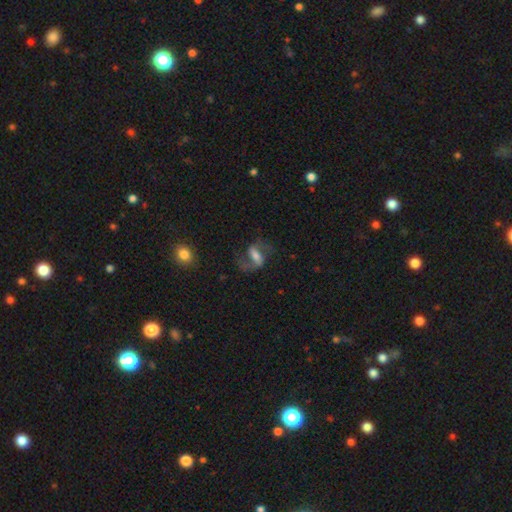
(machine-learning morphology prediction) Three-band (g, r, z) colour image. It shows a featured or disk galaxy (72%) with a strong bar (53%), 2 (89%) loose (55%) spiral arms (89%) and a moderate central bulge (45%). Merging: none (63%).